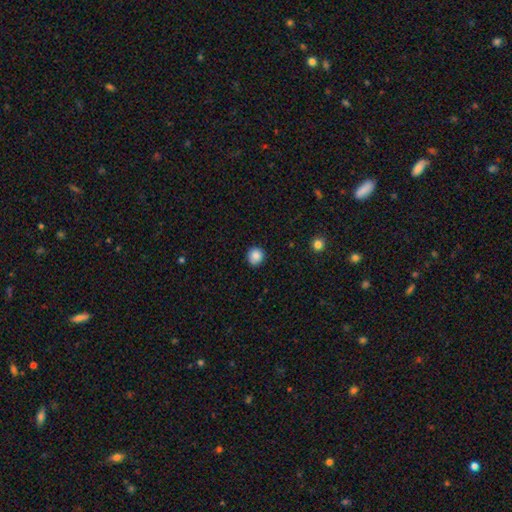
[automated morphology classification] smooth 86%, star or artifact 10%, featured or disk 4%. Down the decision tree: how rounded — round (91%); merging — none (88%).